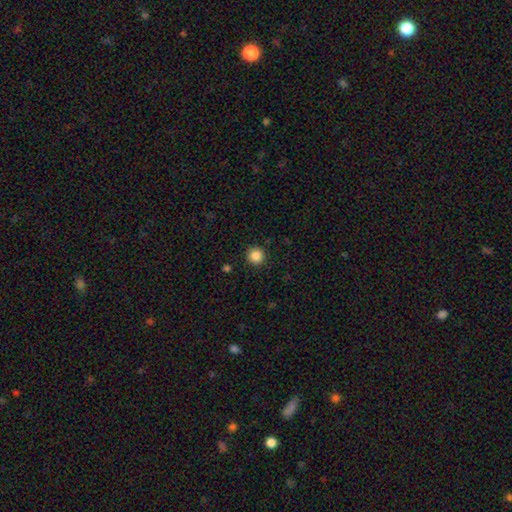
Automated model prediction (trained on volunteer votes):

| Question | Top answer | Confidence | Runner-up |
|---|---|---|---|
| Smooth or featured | smooth | 86% | star or artifact (11%) |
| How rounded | round | 95% | in between (4%) |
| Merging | none | 92% | minor disturbance (5%) |